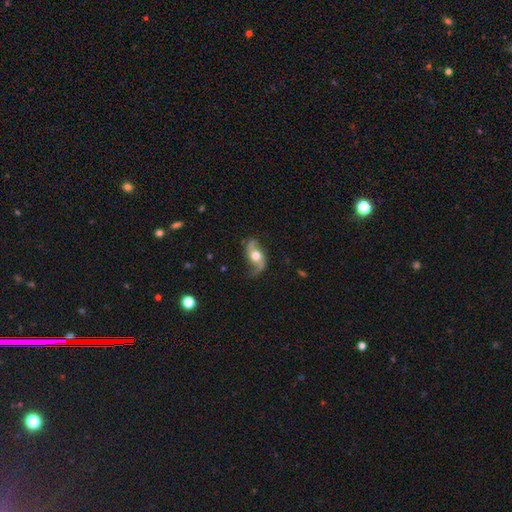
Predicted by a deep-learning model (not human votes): Smooth or featured?
  - featured or disk: 76% *
  - smooth: 18%
  - star or artifact: 7%
Edge-on disk?
  - no: 93% *
  - yes: 7%
Bar?
  - no: 64% *
  - weak: 27%
  - strong: 9%
Spiral arms?
  - yes: 91% *
  - no: 9%
Spiral winding?
  - loose: 77% *
  - medium: 18%
  - tight: 5%
Spiral arm count?
  - 2: 92% *
  - 1: 3%
  - can't tell: 2%
  - 3: 1%
  - 4: 1%
  - more than 4: 1%
Bulge size?
  - moderate: 57% *
  - large: 33%
  - small: 5%
  - dominant: 3%
  - none: 1%
Merging?
  - none: 67% *
  - minor disturbance: 20%
  - major disturbance: 11%
  - merger: 2%